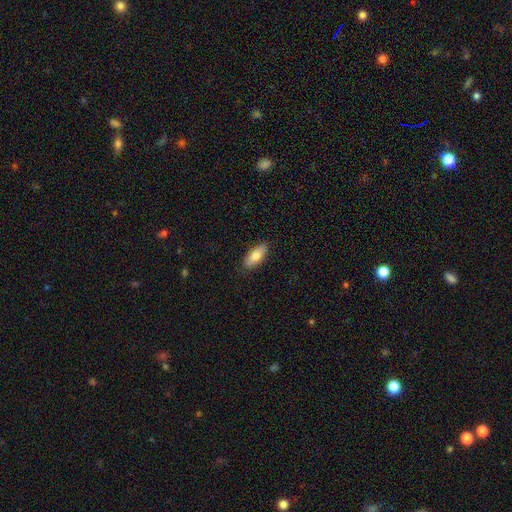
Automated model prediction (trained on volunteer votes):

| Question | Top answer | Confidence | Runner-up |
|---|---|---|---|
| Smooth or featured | smooth | 77% | featured or disk (17%) |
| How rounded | in between | 77% | cigar-shaped (21%) |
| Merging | none | 87% | minor disturbance (10%) |